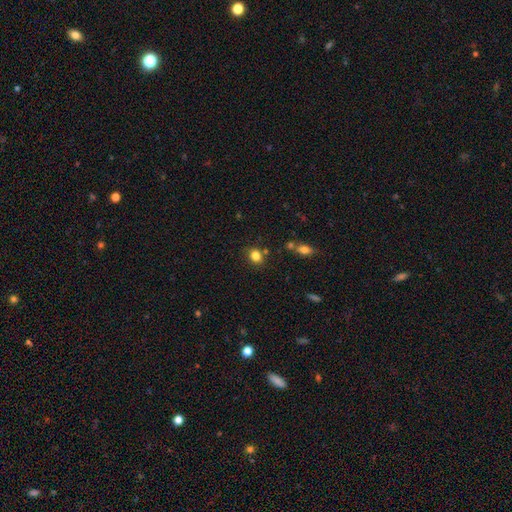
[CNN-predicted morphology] Q: Smooth or featured?
A: smooth (82%); runner-up: star or artifact (12%)
Q: How rounded?
A: round (61%); runner-up: in between (38%)
Q: Merging?
A: none (77%); runner-up: minor disturbance (12%)